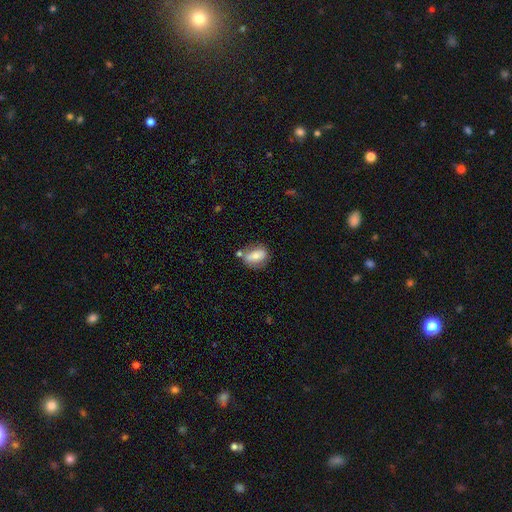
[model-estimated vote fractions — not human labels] Smooth or featured? smooth (71%)
How rounded? in between (81%)
Merging? none (55%)